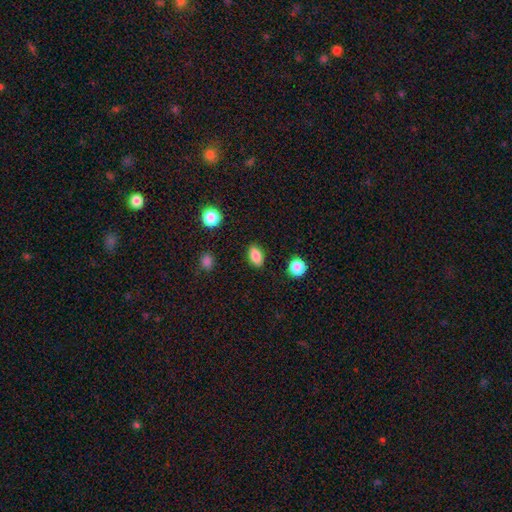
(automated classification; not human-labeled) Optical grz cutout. It shows a smooth galaxy with no disk features (85%) that is in between round and cigar-shaped (86%). Merging: none (87%).